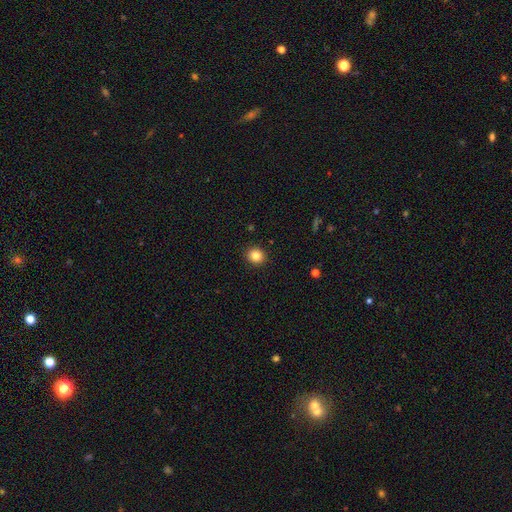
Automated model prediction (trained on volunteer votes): smooth 84%, star or artifact 11%, featured or disk 5%. Down the decision tree: how rounded — round (84%); merging — none (92%).